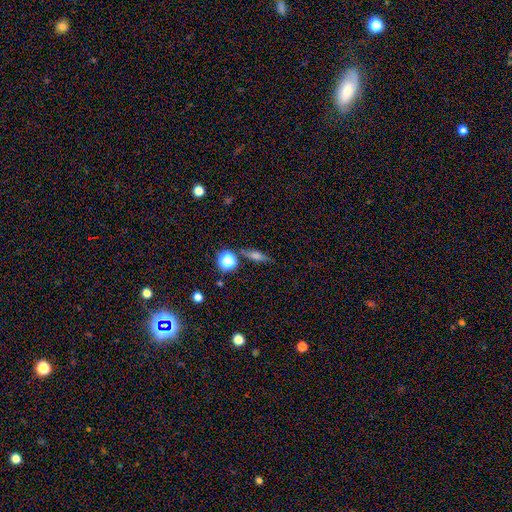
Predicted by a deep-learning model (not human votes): A smooth galaxy with no disk features (43%).

Vote fractions:
- Smooth or featured? smooth: 43% / featured or disk: 36% / star or artifact: 21%
- Merging? none: 82% / minor disturbance: 10% / merger: 5% / major disturbance: 3%